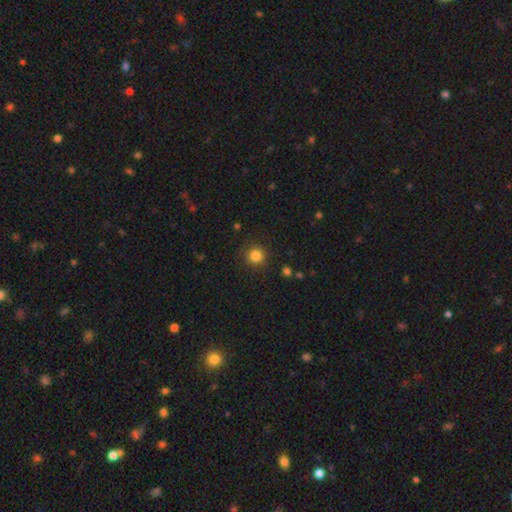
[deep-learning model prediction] This is clearly a smooth galaxy (84%). How rounded: clearly round (93%). Merging: clearly none (88%).